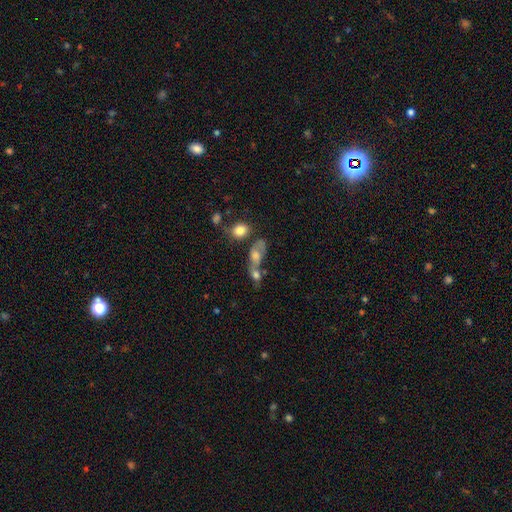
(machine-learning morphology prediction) smooth 51%, featured or disk 33%, star or artifact 16%. Down the decision tree: how rounded — in between (65%); merging — merger (55%).